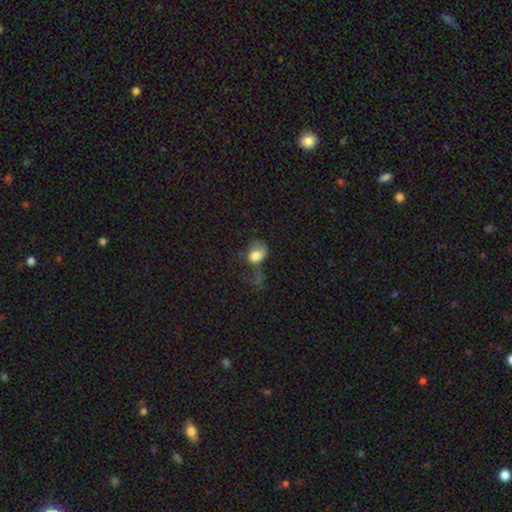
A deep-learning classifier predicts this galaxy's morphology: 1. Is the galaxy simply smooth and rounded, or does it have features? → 74% smooth, 17% featured or disk, 10% star or artifact.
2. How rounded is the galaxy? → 63% in between, 36% round, 1% cigar-shaped.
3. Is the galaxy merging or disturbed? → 49% major disturbance, 21% minor disturbance, 21% none, 9% merger.